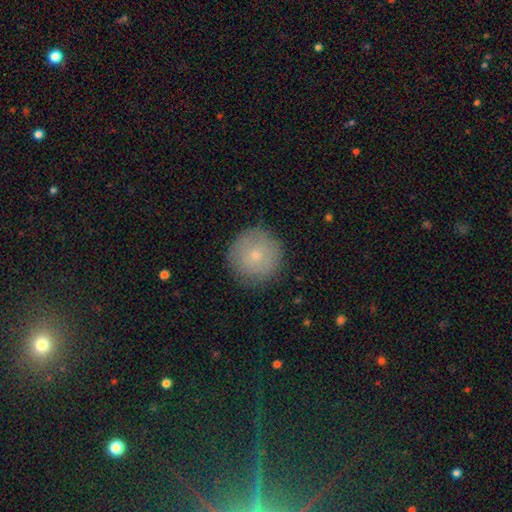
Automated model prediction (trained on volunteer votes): Q: Smooth or featured?
A: smooth (70%); runner-up: featured or disk (21%)
Q: How rounded?
A: round (96%); runner-up: in between (3%)
Q: Merging?
A: none (87%); runner-up: minor disturbance (10%)